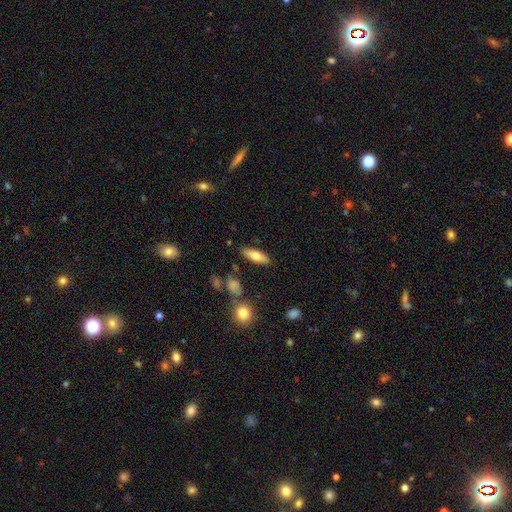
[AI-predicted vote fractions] This appears to be a smooth galaxy with no disk features (73%) that is in between round and cigar-shaped (65%). Merging: none (83%).